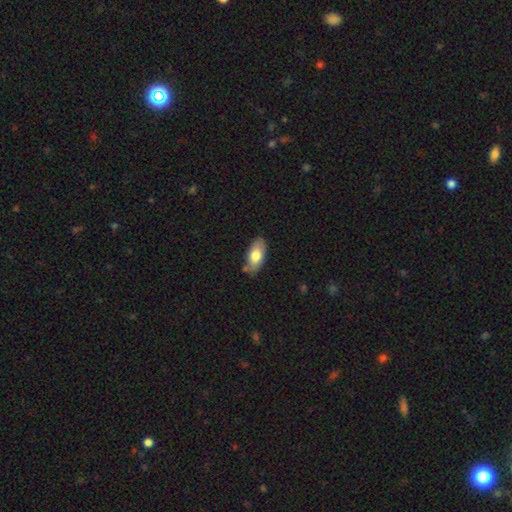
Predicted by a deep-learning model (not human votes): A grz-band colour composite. It shows a smooth galaxy with no disk features (75%) that is in between round and cigar-shaped (90%). Merging: none (76%).